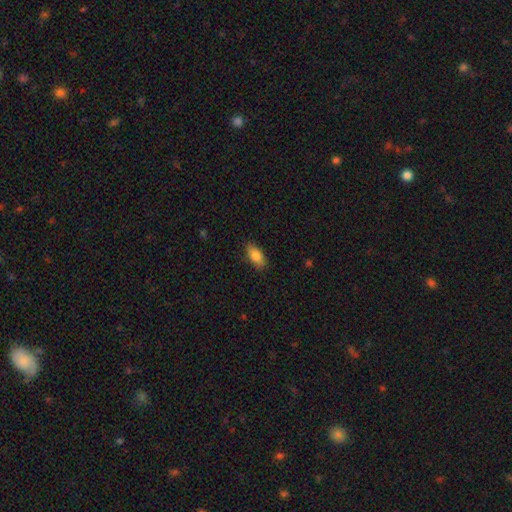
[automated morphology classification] Smooth or featured? Predicted: smooth (p=0.82). How rounded? Predicted: in between (p=0.86). Merging? Predicted: none (p=0.85).